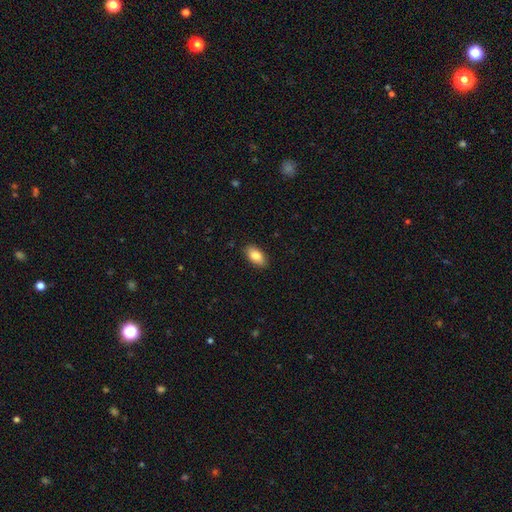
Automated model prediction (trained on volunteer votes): smooth_or_featured: smooth (p=0.85) [alt: featured or disk p=0.08]
how_rounded: in between (p=0.93) [alt: cigar-shaped p=0.04]
merging: none (p=0.89) [alt: minor disturbance p=0.08]